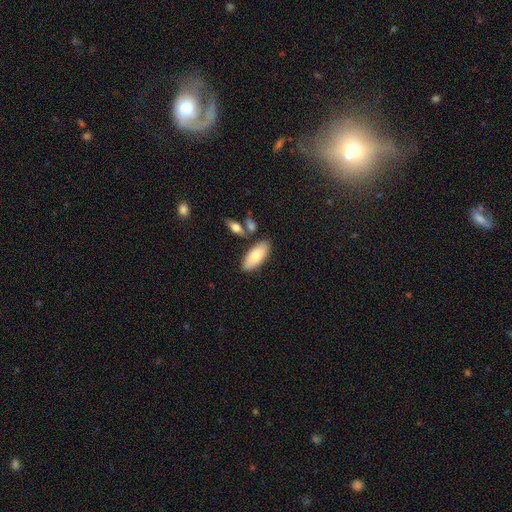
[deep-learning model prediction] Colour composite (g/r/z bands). It shows a smooth galaxy with no disk features (80%) that is in between round and cigar-shaped (87%). Merging: none (77%).